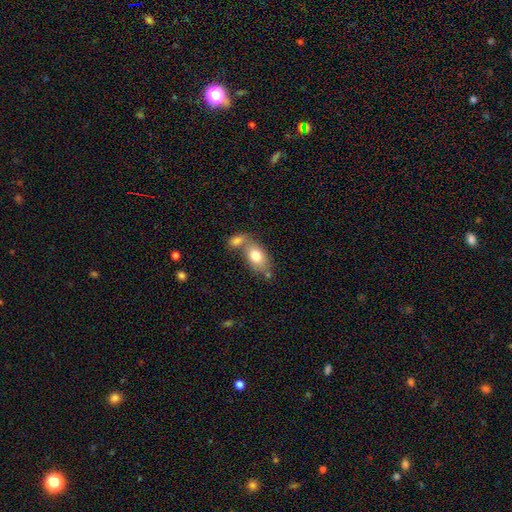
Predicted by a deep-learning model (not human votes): Overall: smooth (76%). How rounded: in between (87%). Merging: none (45%; merger 39%).